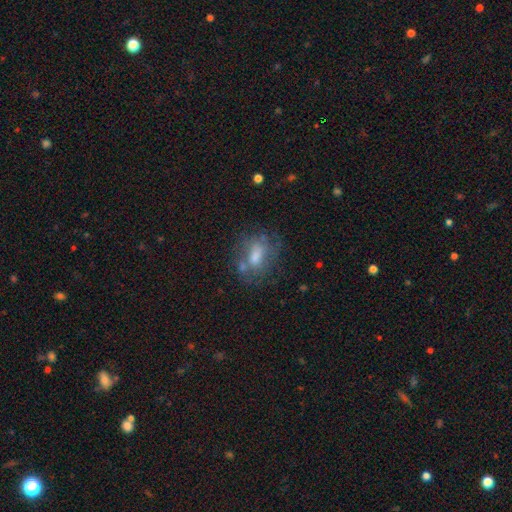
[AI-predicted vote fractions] Smooth or featured? Predicted: smooth (p=0.51). How rounded? Predicted: in between (p=0.72). Merging? Predicted: none (p=0.58).